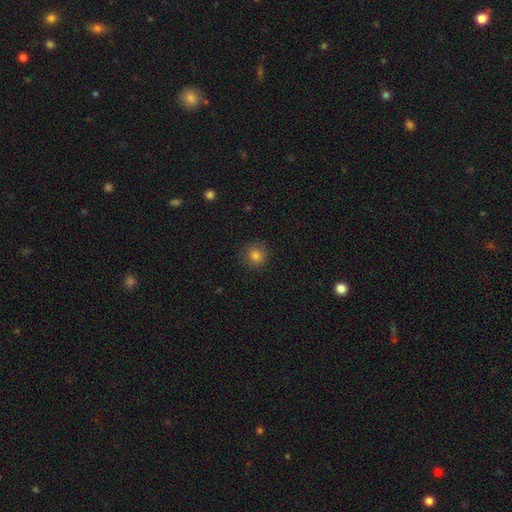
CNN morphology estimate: This is clearly a smooth galaxy (81%). How rounded: clearly round (92%). Merging: clearly none (89%).